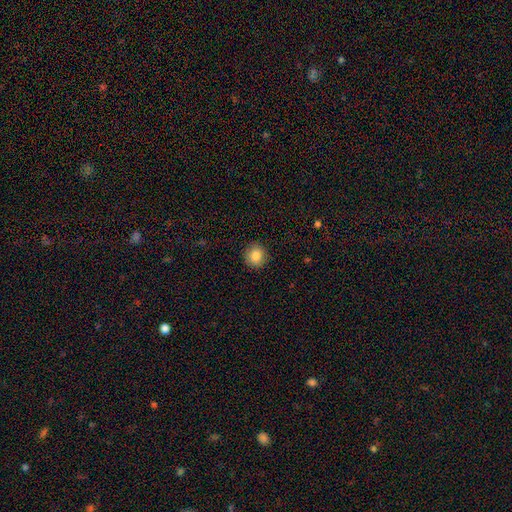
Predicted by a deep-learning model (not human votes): smooth 85%, star or artifact 9%, featured or disk 6%. Down the decision tree: how rounded — round (92%); merging — none (90%).